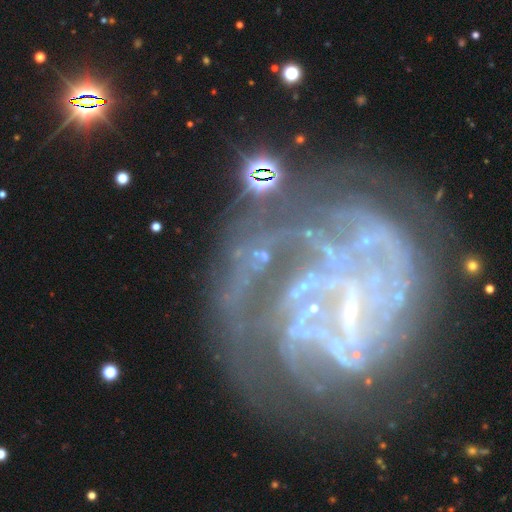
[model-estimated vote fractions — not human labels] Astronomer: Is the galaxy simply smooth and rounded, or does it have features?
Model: featured or disk — 82%.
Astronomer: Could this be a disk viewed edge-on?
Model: no — 98%.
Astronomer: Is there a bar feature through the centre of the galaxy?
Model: weak — 38% (runner-up: strong, 33%).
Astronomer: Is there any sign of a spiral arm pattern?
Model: yes — 84%.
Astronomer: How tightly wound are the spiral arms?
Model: tight — 40%, tied with medium at 40%.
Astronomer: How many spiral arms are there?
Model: can't tell — 31% (runner-up: 3, 20%).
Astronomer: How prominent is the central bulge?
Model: small — 48% (runner-up: none, 40%).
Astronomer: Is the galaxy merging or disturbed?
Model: none — 42% (runner-up: major disturbance, 32%).